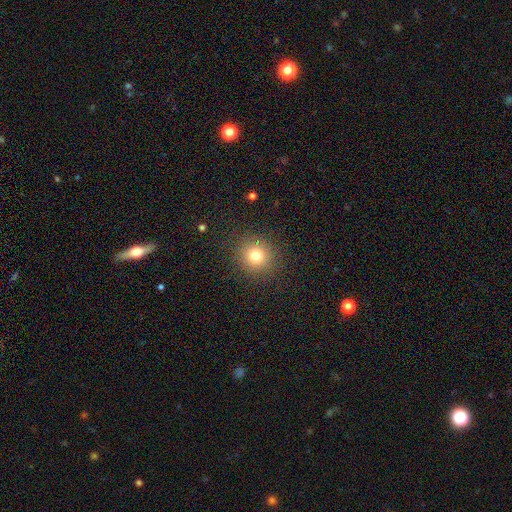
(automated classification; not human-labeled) Smooth or featured?
  - smooth: 77% *
  - star or artifact: 14%
  - featured or disk: 8%
How rounded?
  - round: 91% *
  - in between: 8%
  - cigar-shaped: 1%
Merging?
  - none: 89% *
  - minor disturbance: 7%
  - major disturbance: 3%
  - merger: 1%